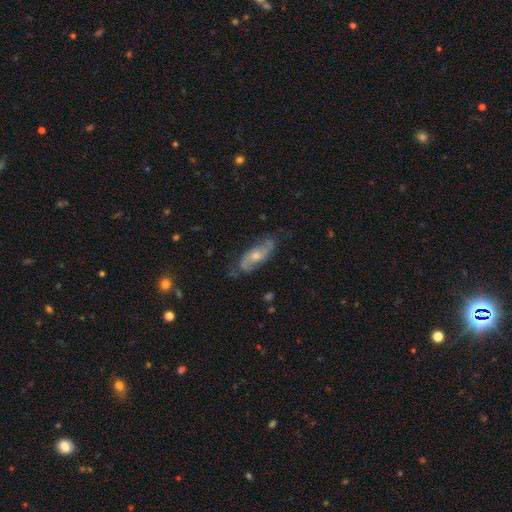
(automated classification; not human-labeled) smooth-or-featured: featured or disk: 74% | smooth: 18% | star or artifact: 8%
  disk-edge-on: no: 84% | yes: 16%
    bar: no: 62% | weak: 30% | strong: 8%
    has-spiral-arms: yes: 90% | no: 10%
      spiral-winding: medium: 43% | loose: 33% | tight: 24%
      spiral-arm-count: 2: 84% | can't tell: 10% | 1: 2% | 3: 2% | 4: 1% | more than 4: 1%
    bulge-size: moderate: 55% | small: 38% | large: 3% | none: 2% | dominant: 1%
  merging: none: 75% | minor disturbance: 18% | major disturbance: 5% | merger: 2%